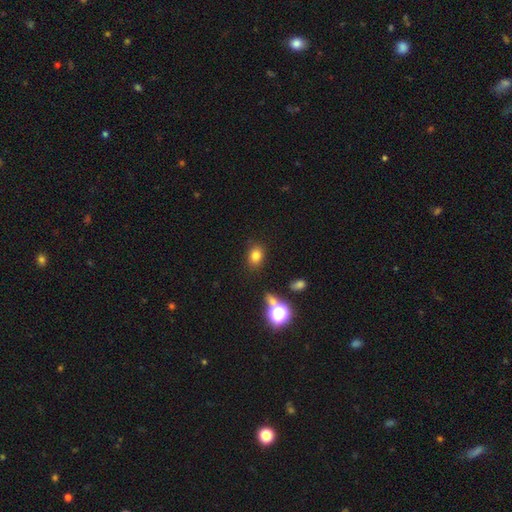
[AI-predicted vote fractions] Morphology: type=smooth (78%); roundness=in between (59%); merging=none (84%).